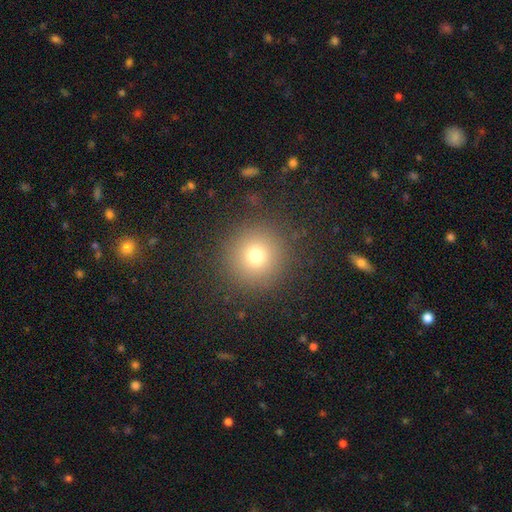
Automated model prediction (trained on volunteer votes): smooth-or-featured: smooth: 74% | star or artifact: 16% | featured or disk: 10%
  how-rounded: round: 96% | in between: 3% | cigar-shaped: 1%
  merging: none: 90% | minor disturbance: 6% | major disturbance: 3% | merger: 1%